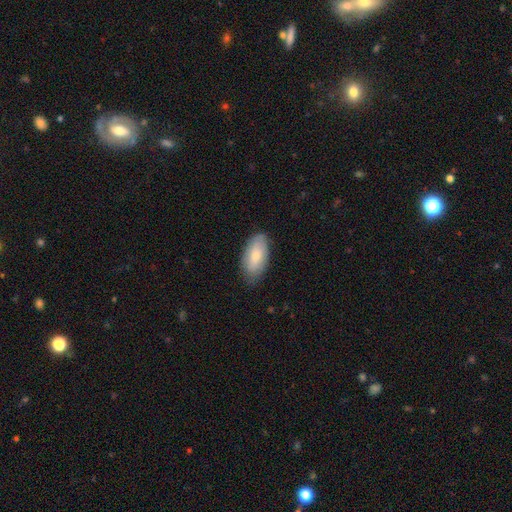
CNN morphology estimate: This appears to be a smooth galaxy with no disk features (73%) that is in between round and cigar-shaped (92%). Merging: none (79%).